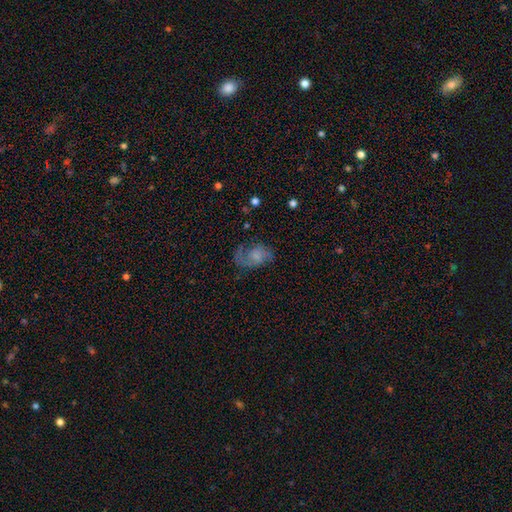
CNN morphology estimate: The model was most divided on "spiral winding": medium: 43%, loose: 42%, tight: 15%. Remaining: edge-on disk — no (97%); spiral arms — yes (90%); spiral arm count — 2 (72%); smooth or featured — featured or disk (66%); bar — no (62%); merging — none (57%); bulge size — small (42%).